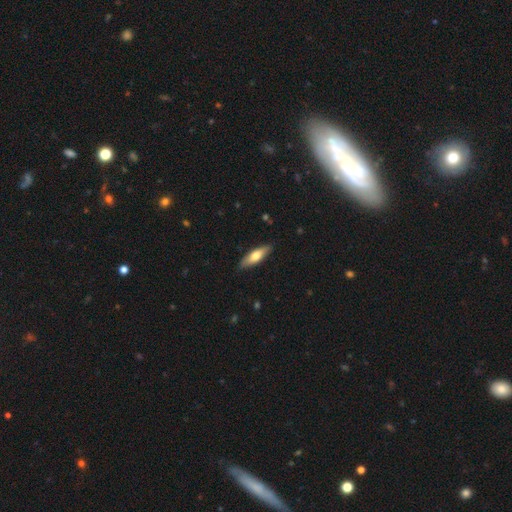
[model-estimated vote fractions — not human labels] Smooth or featured: smooth — 62% (featured or disk — 33%)
How rounded: cigar-shaped — 54% (in between — 43%)
Merging: none — 86% (minor disturbance — 11%)